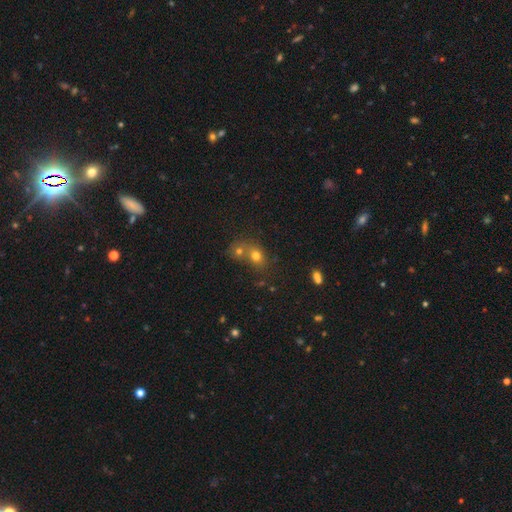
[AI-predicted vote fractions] Overall: smooth (70%). How rounded: round (58%; in between 40%). Merging: merger (51%; none 37%).